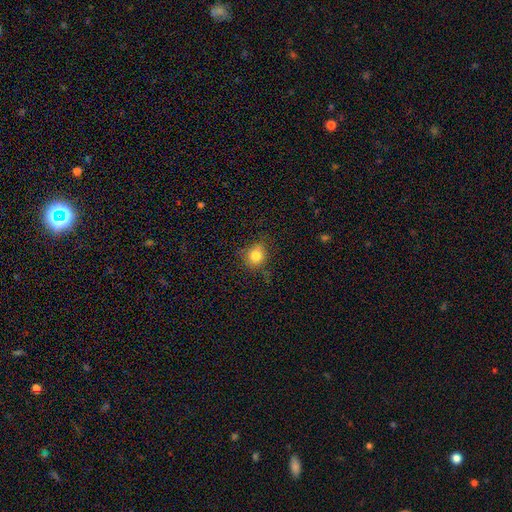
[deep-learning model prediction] This is clearly a smooth galaxy (81%). How rounded: likely round (76%). Merging: likely none (74%).